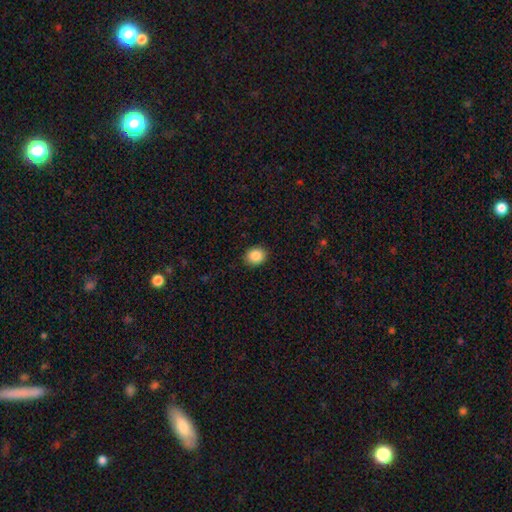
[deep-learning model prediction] smooth 87%, star or artifact 9%, featured or disk 4%. Down the decision tree: how rounded — round (65%); merging — none (90%).